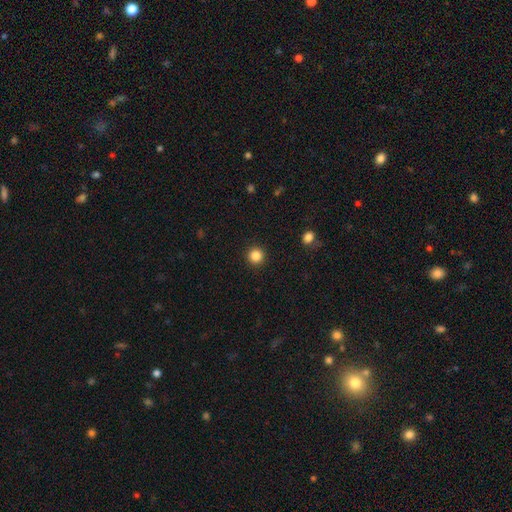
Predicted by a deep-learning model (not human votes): smooth_or_featured: smooth (p=0.85) [alt: star or artifact p=0.11]
how_rounded: round (p=0.96) [alt: in between p=0.04]
merging: none (p=0.93) [alt: minor disturbance p=0.04]